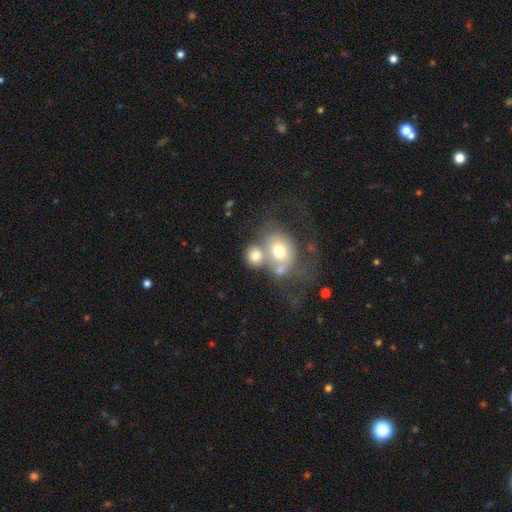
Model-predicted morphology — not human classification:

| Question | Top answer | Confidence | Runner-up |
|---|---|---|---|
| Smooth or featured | smooth | 65% | featured or disk (25%) |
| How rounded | round | 61% | in between (38%) |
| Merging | merger | 56% | none (25%) |